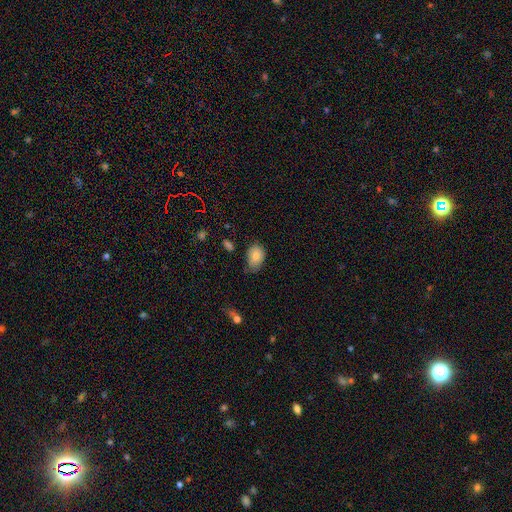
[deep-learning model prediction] Smooth or featured? smooth (80%)
How rounded? in between (84%)
Merging? none (62%)